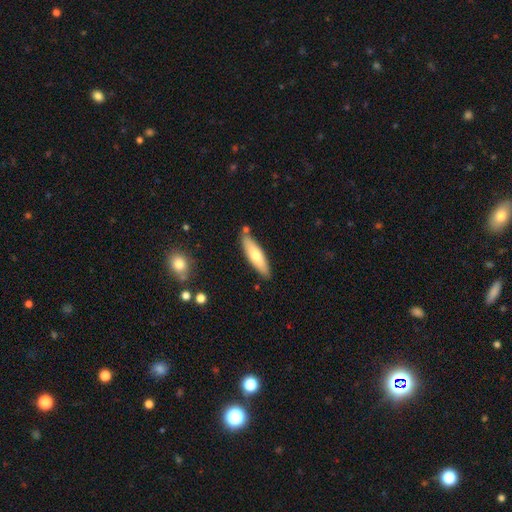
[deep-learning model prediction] This is likely a smooth galaxy (68%). How rounded: likely cigar-shaped (69%). Merging: clearly none (82%).